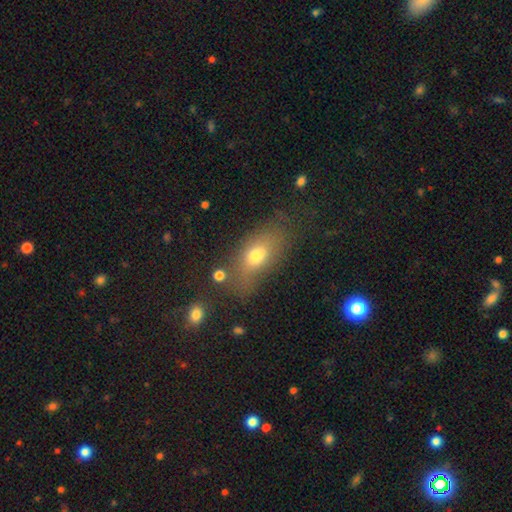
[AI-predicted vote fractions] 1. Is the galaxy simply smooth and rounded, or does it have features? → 68% smooth, 20% featured or disk, 12% star or artifact.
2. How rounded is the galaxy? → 79% in between, 11% cigar-shaped, 9% round.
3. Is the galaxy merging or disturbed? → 56% none, 21% minor disturbance, 14% major disturbance, 9% merger.